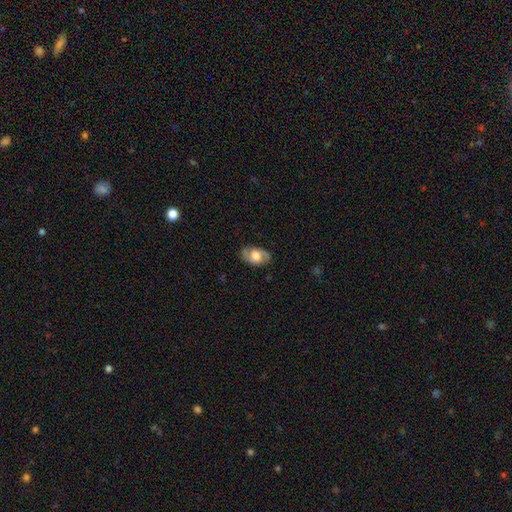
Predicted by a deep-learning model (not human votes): The model was most divided on "smooth or featured": featured or disk: 49%, smooth: 43%, star or artifact: 7%. More confident: merging — none (76%).